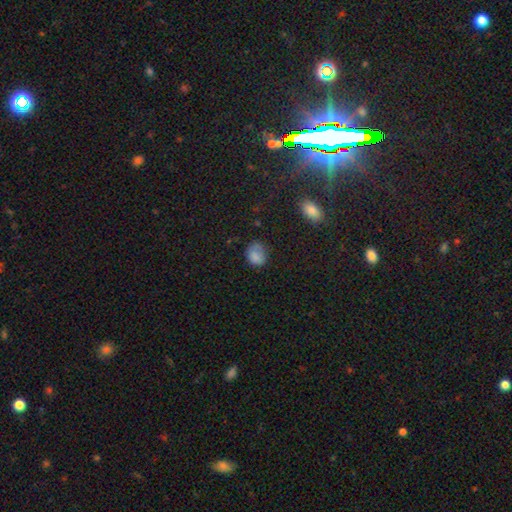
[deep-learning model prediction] Overall: smooth (81%). How rounded: in between (51%; round 48%). Merging: none (58%; minor disturbance 30%).